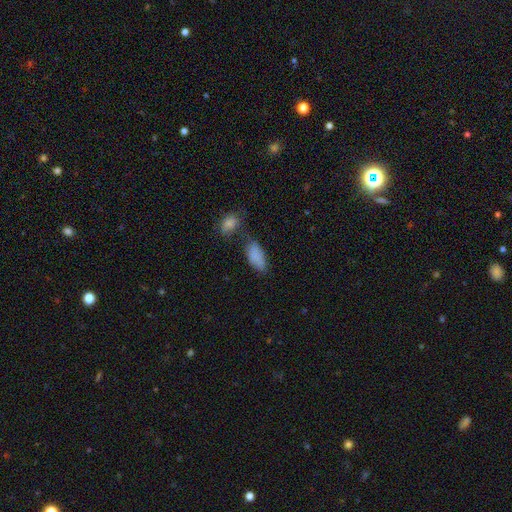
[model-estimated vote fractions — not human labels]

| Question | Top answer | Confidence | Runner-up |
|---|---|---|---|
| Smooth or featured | smooth | 83% | star or artifact (9%) |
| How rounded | in between | 89% | cigar-shaped (8%) |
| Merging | none | 49% | minor disturbance (22%) |